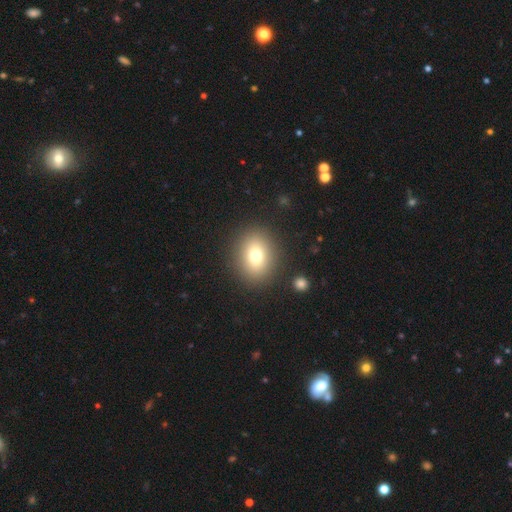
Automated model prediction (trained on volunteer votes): Smooth or featured? smooth (76%)
How rounded? round (54%)
Merging? none (87%)